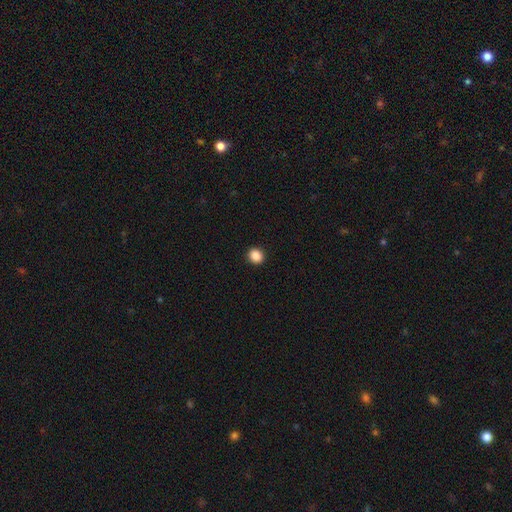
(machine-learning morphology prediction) Smooth or featured? Predicted: smooth (p=0.88). How rounded? Predicted: round (p=0.77). Merging? Predicted: none (p=0.93).